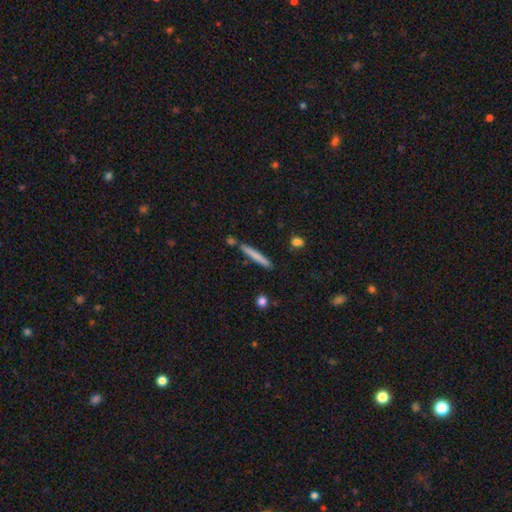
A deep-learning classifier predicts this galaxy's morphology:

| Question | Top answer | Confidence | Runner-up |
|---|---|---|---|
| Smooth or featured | smooth | 71% | featured or disk (23%) |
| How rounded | cigar-shaped | 96% | in between (3%) |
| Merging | none | 82% | minor disturbance (10%) |